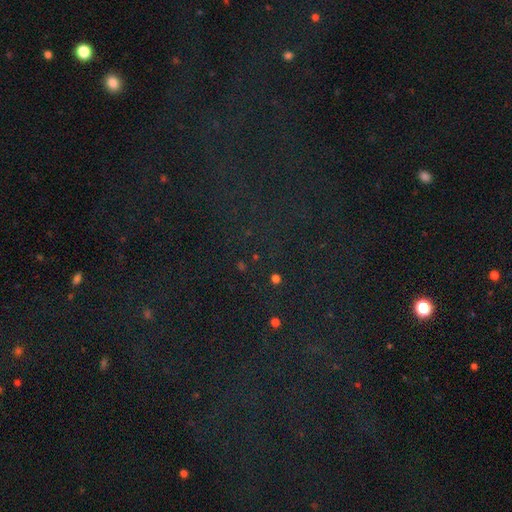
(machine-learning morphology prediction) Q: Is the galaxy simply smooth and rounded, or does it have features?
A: star or artifact — 78%.